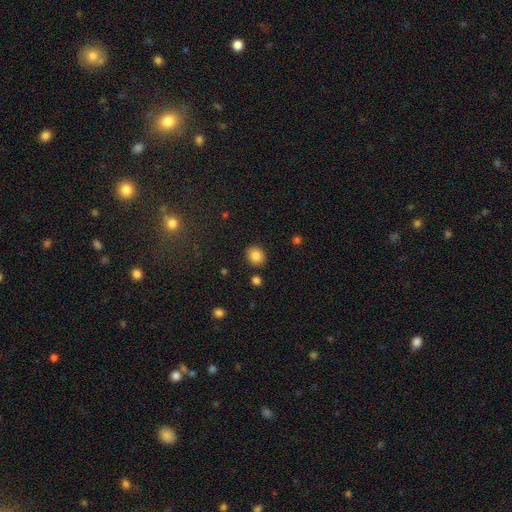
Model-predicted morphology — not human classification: This is clearly a smooth galaxy (85%). How rounded: likely round (74%). Merging: clearly none (88%).